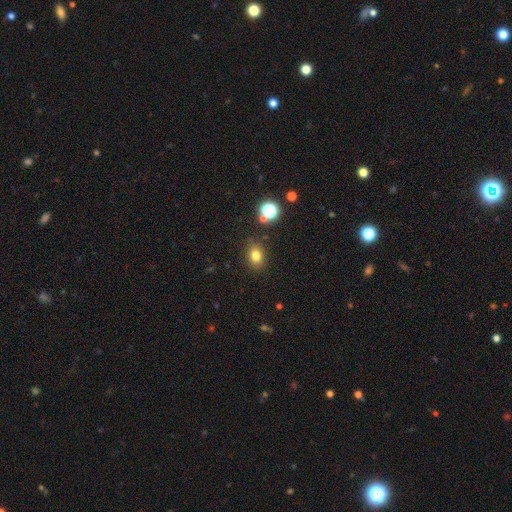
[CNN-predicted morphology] This appears to be a smooth galaxy with no disk features (77%) that is in between round and cigar-shaped (59%). Merging: none (84%).